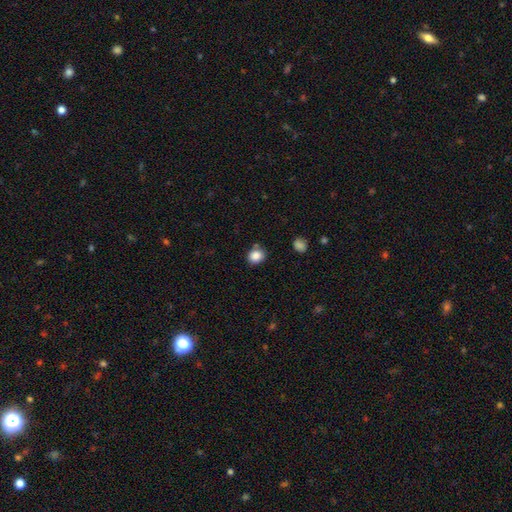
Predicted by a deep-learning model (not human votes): A smooth galaxy with no disk features (86%) that is round (70%).

Vote fractions:
- Smooth or featured? smooth: 86% / star or artifact: 10% / featured or disk: 4%
- How rounded? round: 70% / in between: 29% / cigar-shaped: 1%
- Merging? none: 79% / minor disturbance: 12% / merger: 6% / major disturbance: 3%